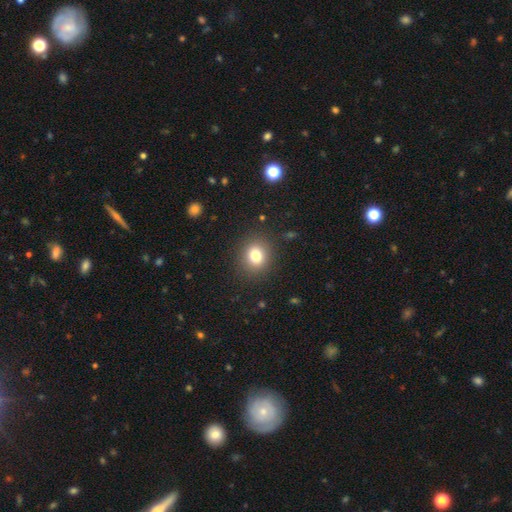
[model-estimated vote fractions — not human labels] Smooth or featured?
  - smooth: 79% *
  - star or artifact: 12%
  - featured or disk: 9%
How rounded?
  - round: 70% *
  - in between: 29%
  - cigar-shaped: 1%
Merging?
  - none: 88% *
  - minor disturbance: 8%
  - major disturbance: 3%
  - merger: 1%